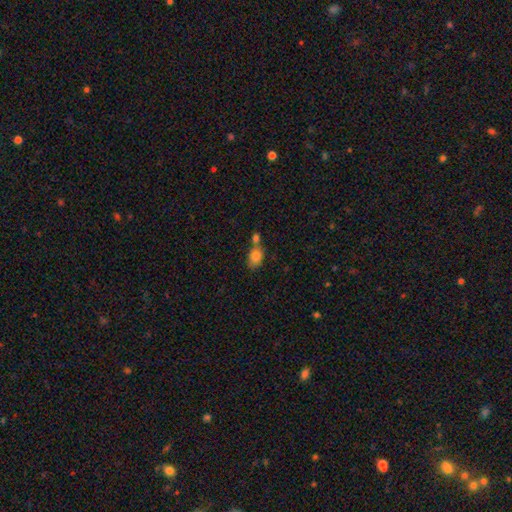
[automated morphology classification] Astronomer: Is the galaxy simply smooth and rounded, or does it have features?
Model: smooth — 83%.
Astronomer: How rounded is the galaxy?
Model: in between — 81%.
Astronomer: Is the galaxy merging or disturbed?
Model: merger — 42% (runner-up: none, 39%).